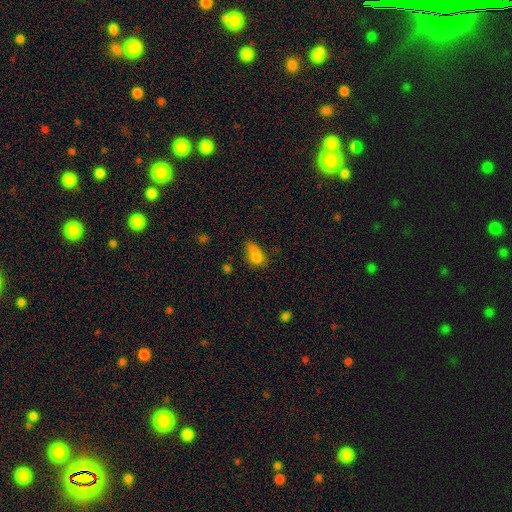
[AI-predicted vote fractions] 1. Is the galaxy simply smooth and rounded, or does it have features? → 76% smooth, 12% star or artifact, 12% featured or disk.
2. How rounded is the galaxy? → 77% in between, 17% round, 6% cigar-shaped.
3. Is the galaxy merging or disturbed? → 33% none, 29% minor disturbance, 21% major disturbance, 17% merger.